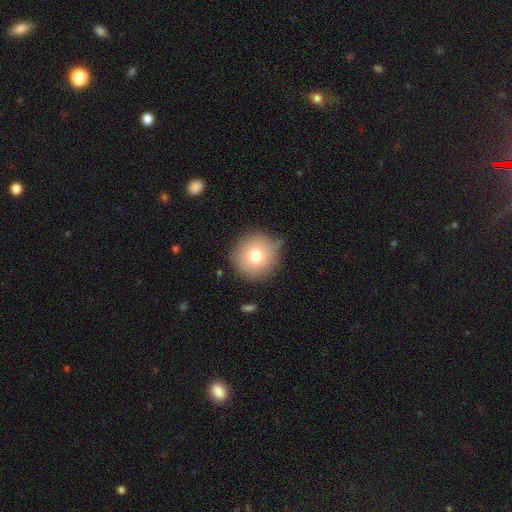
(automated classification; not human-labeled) Smooth or featured?
  - smooth: 75% *
  - featured or disk: 14%
  - star or artifact: 11%
How rounded?
  - round: 94% *
  - in between: 5%
  - cigar-shaped: 1%
Merging?
  - none: 82% *
  - minor disturbance: 12%
  - major disturbance: 4%
  - merger: 3%